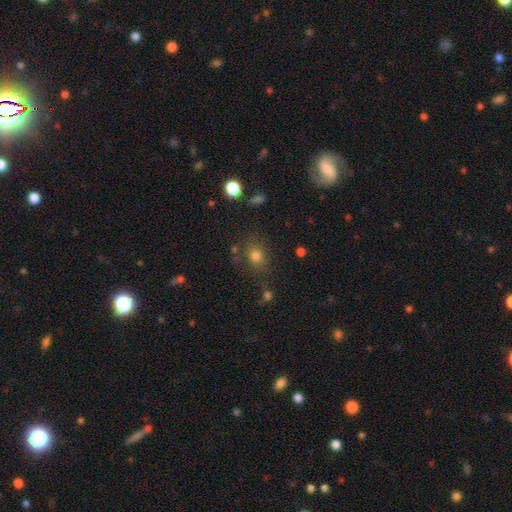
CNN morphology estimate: Overall: smooth (74%). How rounded: round (62%; in between 37%). Merging: none (74%).